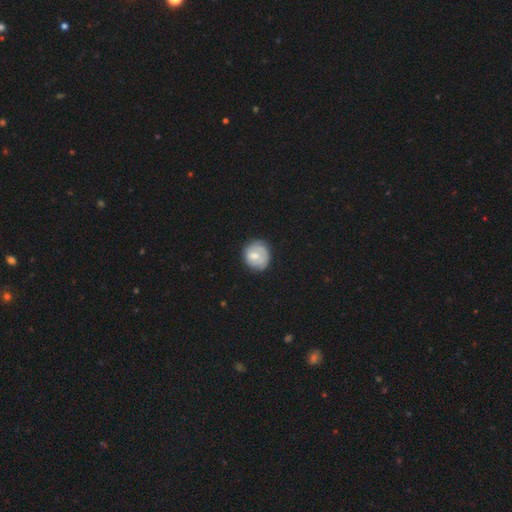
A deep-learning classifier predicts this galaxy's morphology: smooth-or-featured: smooth: 60% | featured or disk: 33% | star or artifact: 7%
  how-rounded: round: 79% | in between: 20% | cigar-shaped: 1%
  merging: none: 71% | minor disturbance: 22% | major disturbance: 6% | merger: 1%